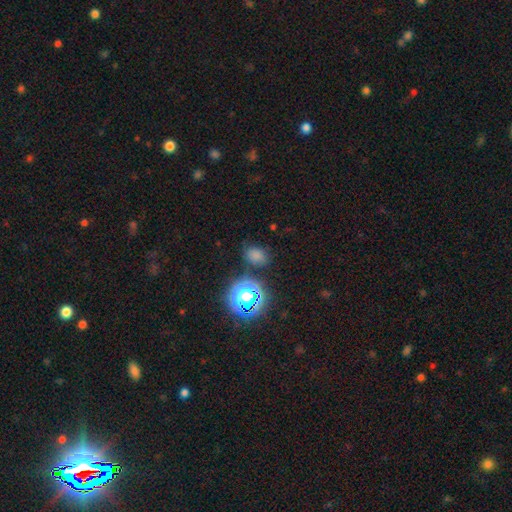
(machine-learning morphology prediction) smooth-or-featured: smooth: 67% | star or artifact: 26% | featured or disk: 7%
  how-rounded: in between: 55% | round: 44% | cigar-shaped: 1%
  merging: none: 74% | minor disturbance: 16% | major disturbance: 6% | merger: 5%